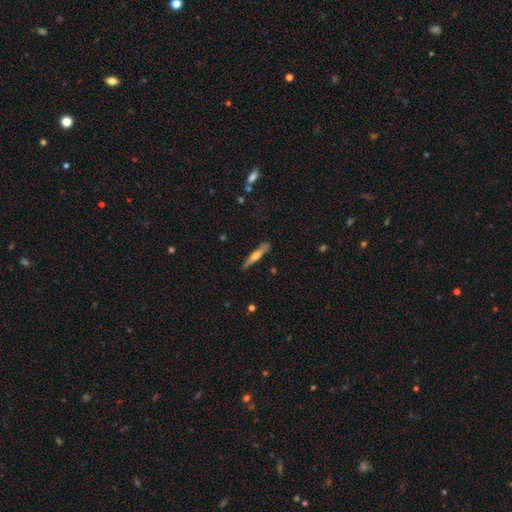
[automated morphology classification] A featured or disk galaxy (51%) viewed edge-on (95%). Merging: none (86%).